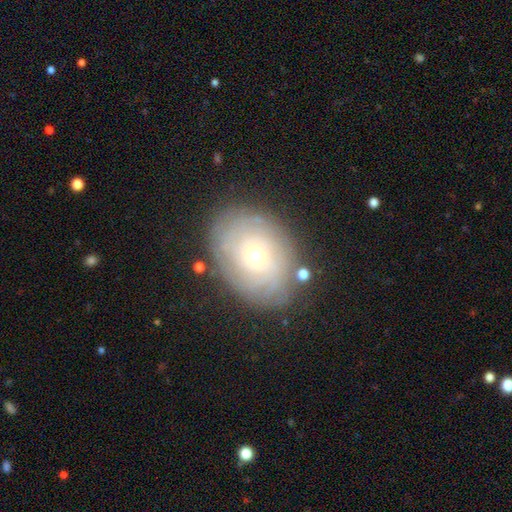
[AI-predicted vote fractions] Q: Smooth or featured?
A: featured or disk (59%); runner-up: smooth (31%)
Q: Edge-on disk?
A: no (95%); runner-up: yes (5%)
Q: Bar?
A: no (85%); runner-up: weak (12%)
Q: Spiral arms?
A: yes (73%); runner-up: no (27%)
Q: Bulge size?
A: small (59%); runner-up: moderate (36%)
Q: Merging?
A: none (80%); runner-up: minor disturbance (13%)